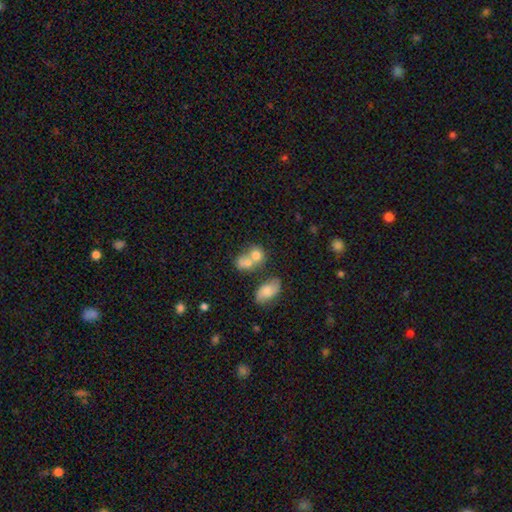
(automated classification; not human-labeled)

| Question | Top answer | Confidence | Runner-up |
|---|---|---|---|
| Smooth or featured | smooth | 71% | featured or disk (19%) |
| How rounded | round | 56% | in between (43%) |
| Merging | merger | 56% | none (30%) |